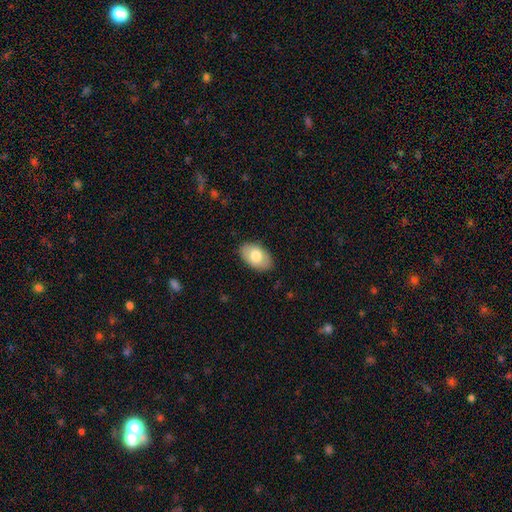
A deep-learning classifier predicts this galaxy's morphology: Smooth or featured? smooth (75%)
How rounded? in between (93%)
Merging? none (85%)